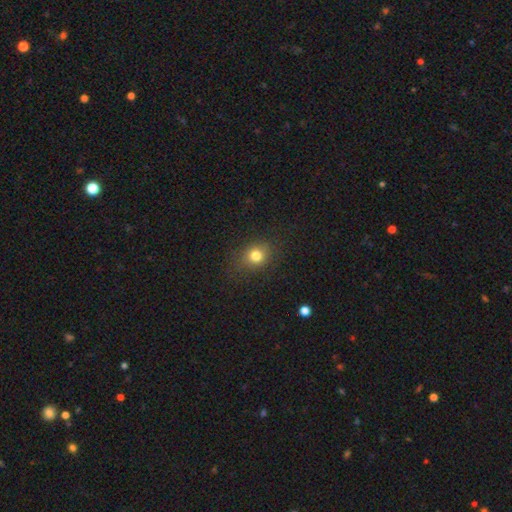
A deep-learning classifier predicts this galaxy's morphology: A smooth galaxy with no disk features (78%) that is round (67%). Merging: none (83%).